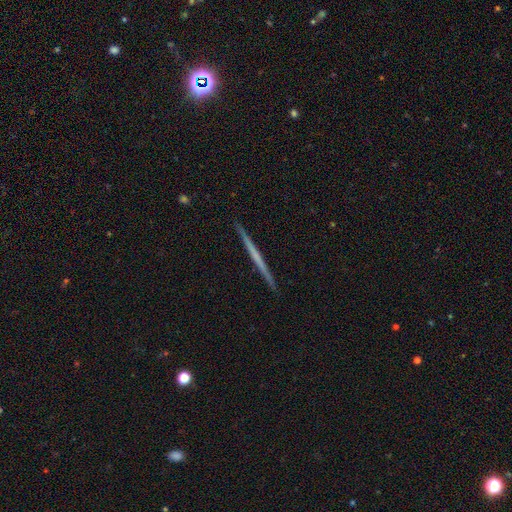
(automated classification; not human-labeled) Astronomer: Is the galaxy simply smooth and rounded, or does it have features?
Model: featured or disk — 59% (runner-up: smooth, 36%).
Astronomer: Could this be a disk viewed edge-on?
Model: yes — 98%.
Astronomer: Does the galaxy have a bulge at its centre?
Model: none — 90%.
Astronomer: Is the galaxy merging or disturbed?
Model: none — 93%.